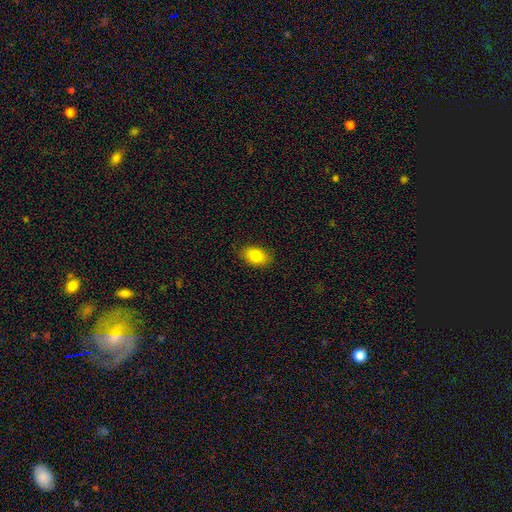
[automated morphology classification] The model was most divided on "smooth or featured": smooth: 82%, featured or disk: 10%, star or artifact: 8%. More confident: how rounded — in between (86%); merging — none (86%).